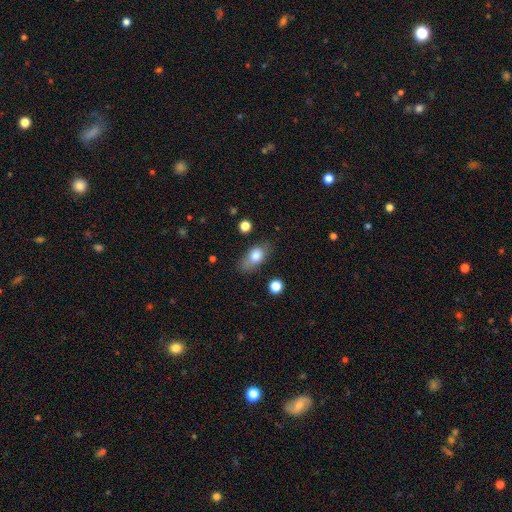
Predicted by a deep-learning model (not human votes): Smooth or featured?
  - smooth: 79% *
  - featured or disk: 13%
  - star or artifact: 8%
How rounded?
  - in between: 82% *
  - round: 12%
  - cigar-shaped: 7%
Merging?
  - none: 70% *
  - minor disturbance: 21%
  - major disturbance: 6%
  - merger: 3%